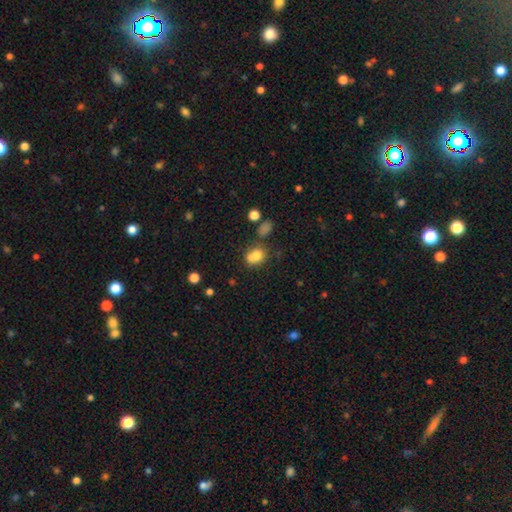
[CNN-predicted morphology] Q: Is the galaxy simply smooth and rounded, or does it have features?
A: smooth — 74%.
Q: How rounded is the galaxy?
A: round — 50%.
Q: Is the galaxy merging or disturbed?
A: merger — 41%.